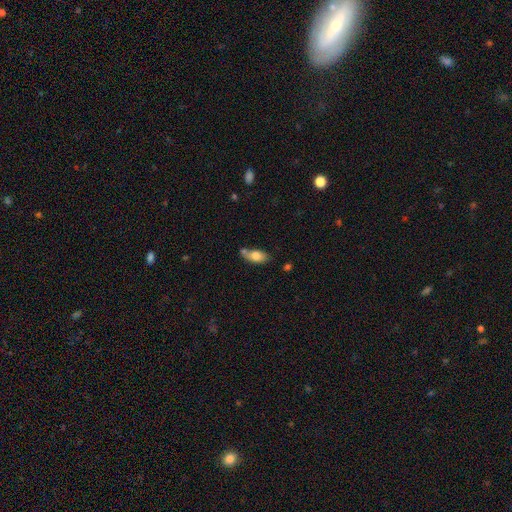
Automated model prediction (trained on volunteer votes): This appears to be a smooth galaxy with no disk features (76%) that is in between round and cigar-shaped (86%). Merging: none (47%).